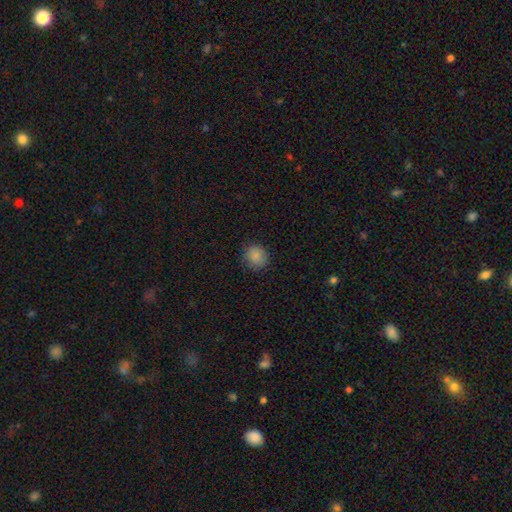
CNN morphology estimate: type=smooth (86%); roundness=round (84%); merging=none (85%).